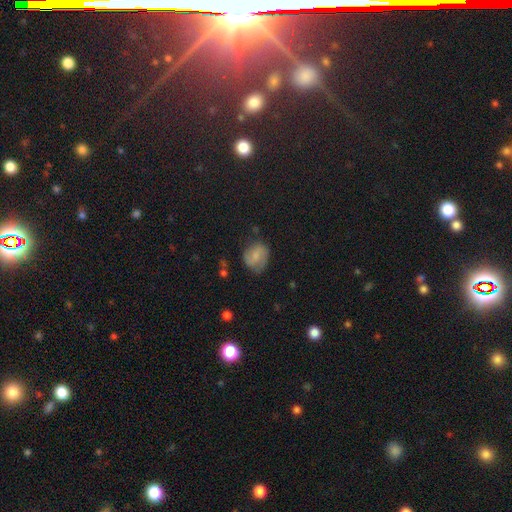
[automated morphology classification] Smooth or featured: smooth — 64% (featured or disk — 27%)
How rounded: round — 61% (in between — 38%)
Merging: none — 63% (minor disturbance — 26%)